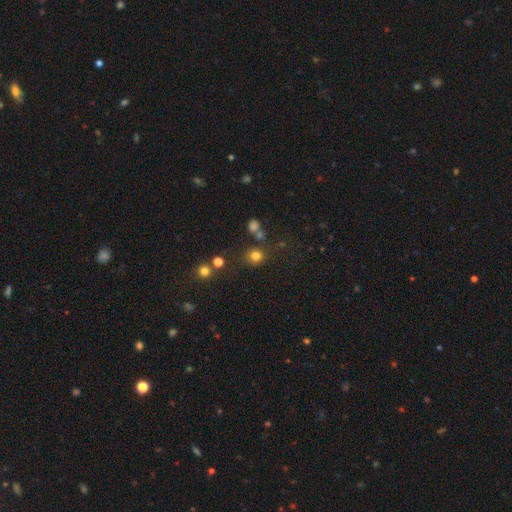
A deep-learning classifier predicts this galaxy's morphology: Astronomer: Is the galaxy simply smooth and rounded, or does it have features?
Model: smooth — 77%.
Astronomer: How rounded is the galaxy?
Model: round — 84%.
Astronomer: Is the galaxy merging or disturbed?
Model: none — 76%.